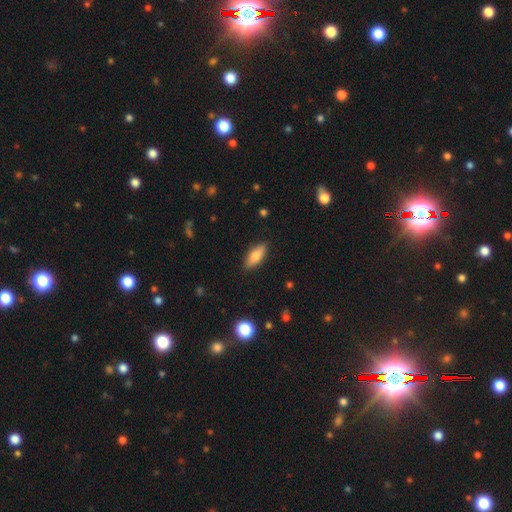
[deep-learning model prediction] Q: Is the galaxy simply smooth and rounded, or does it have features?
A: smooth — 77%.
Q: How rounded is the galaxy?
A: in between — 75%.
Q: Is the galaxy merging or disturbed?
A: none — 87%.